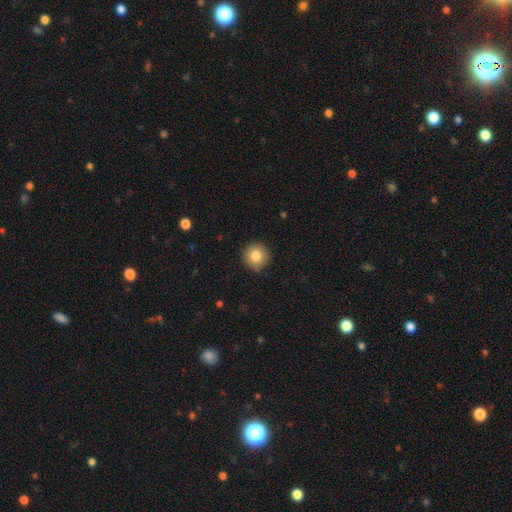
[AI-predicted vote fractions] Morphology: type=smooth (83%); roundness=round (95%); merging=none (91%).